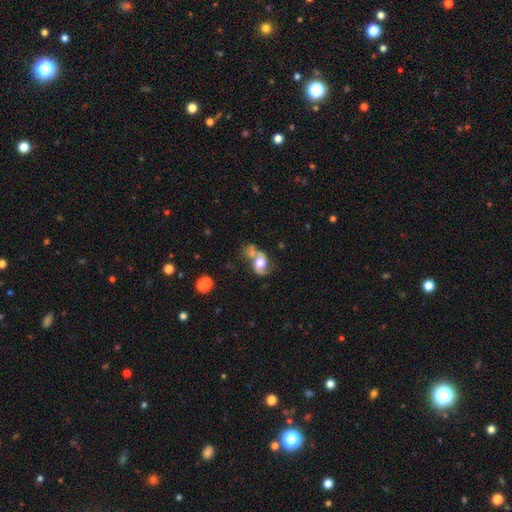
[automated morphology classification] The model was most divided on "merging": merger: 37%, none: 29%, major disturbance: 17%, minor disturbance: 17%. More confident: edge-on disk — no (95%); smooth or featured — featured or disk (52%).